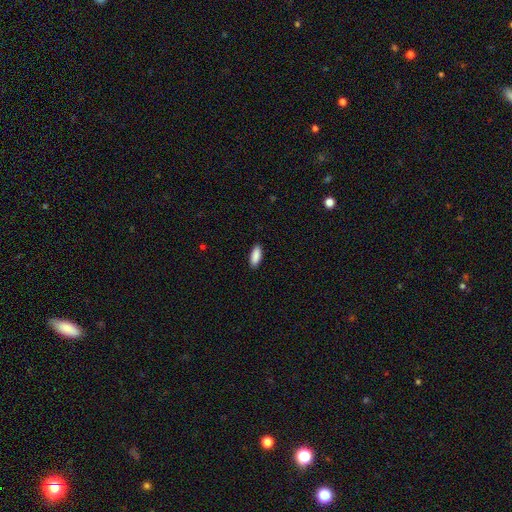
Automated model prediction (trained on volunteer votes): smooth-or-featured: smooth: 90% | star or artifact: 6% | featured or disk: 4%
  how-rounded: in between: 75% | cigar-shaped: 23% | round: 2%
  merging: none: 90% | minor disturbance: 8% | major disturbance: 2% | merger: 1%